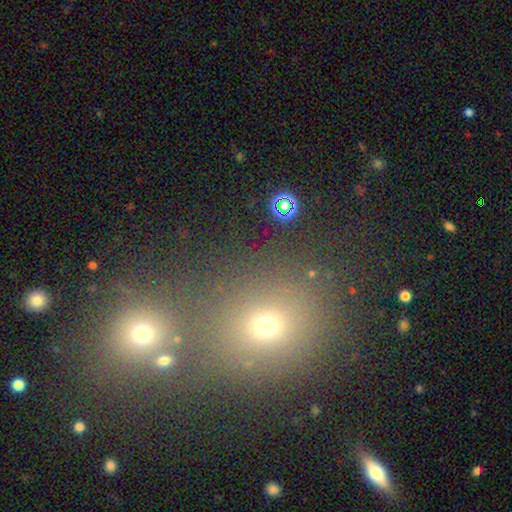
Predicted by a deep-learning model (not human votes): Smooth or featured?
  - smooth: 52% *
  - star or artifact: 37%
  - featured or disk: 11%
How rounded?
  - round: 73% *
  - in between: 25%
  - cigar-shaped: 2%
Merging?
  - none: 61% *
  - merger: 26%
  - minor disturbance: 8%
  - major disturbance: 4%